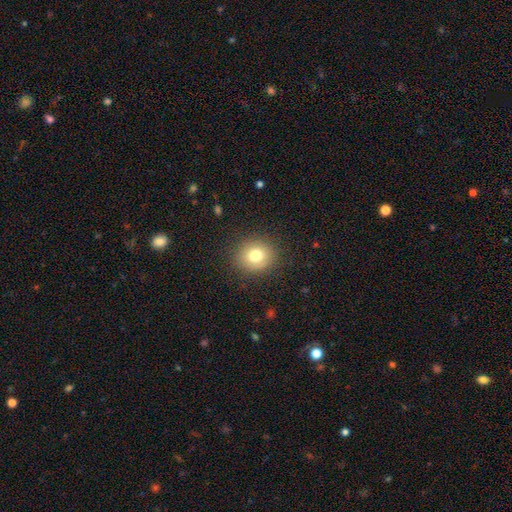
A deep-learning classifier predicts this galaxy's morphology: Smooth or featured? smooth (77%)
How rounded? round (79%)
Merging? none (87%)